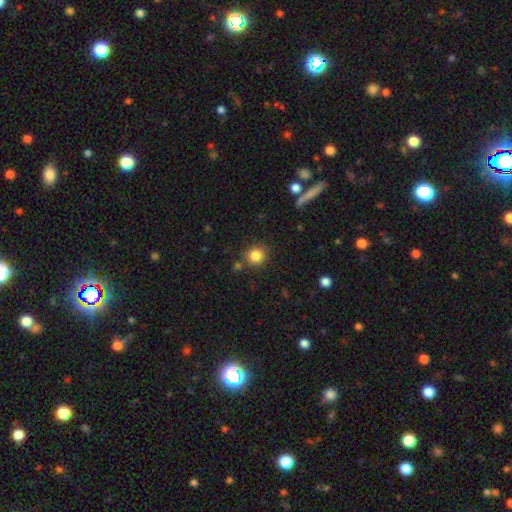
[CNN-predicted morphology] Smooth or featured? smooth (84%)
How rounded? round (85%)
Merging? none (82%)